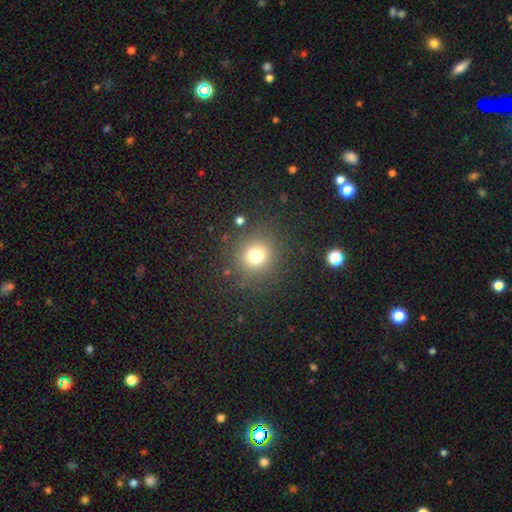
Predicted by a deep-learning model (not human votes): A smooth galaxy with no disk features (74%) that is round (91%). Merging: none (87%).